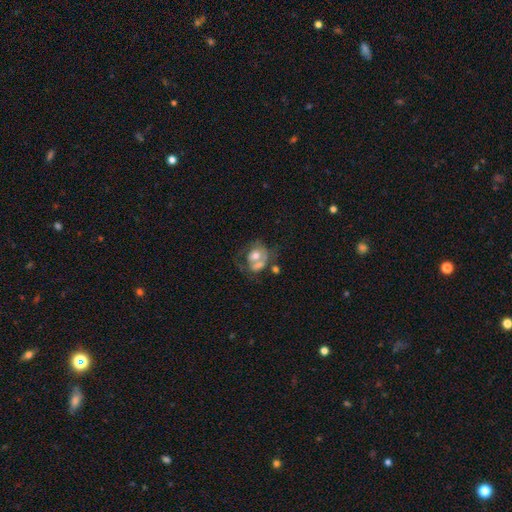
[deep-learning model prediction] Morphology: type=featured or disk (47%); merging=merger (40%).